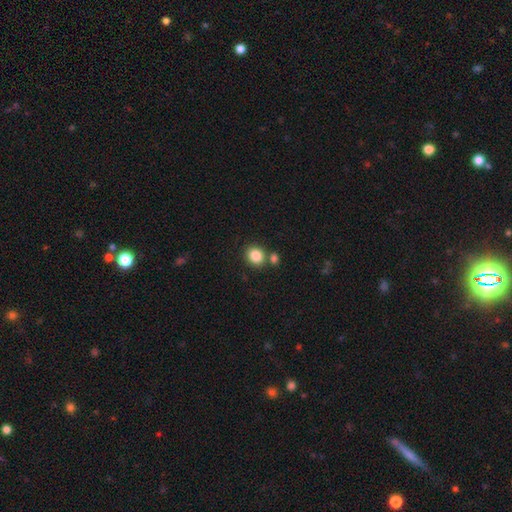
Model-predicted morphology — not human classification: A smooth galaxy with no disk features (86%) that is round (68%). Merging: none (68%).